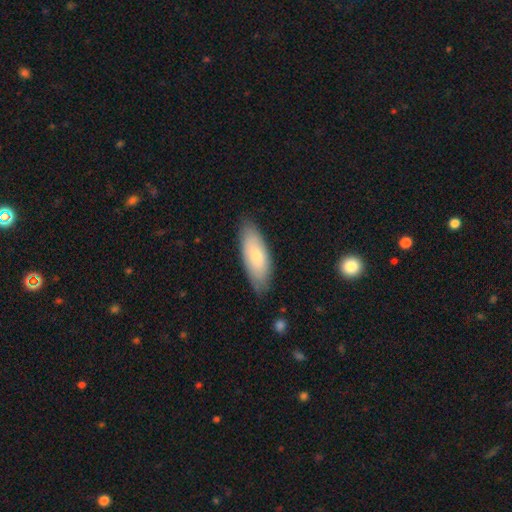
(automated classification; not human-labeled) This is likely a smooth galaxy (69%). How rounded: likely in between (73%). Merging: clearly none (82%).